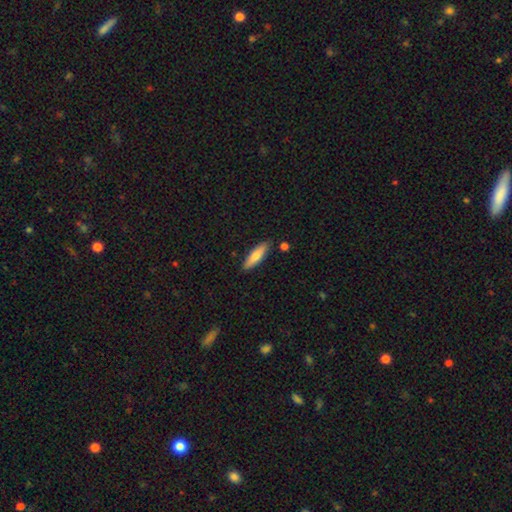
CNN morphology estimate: A smooth galaxy with no disk features (75%) that is cigar-shaped (61%). Merging: none (86%).